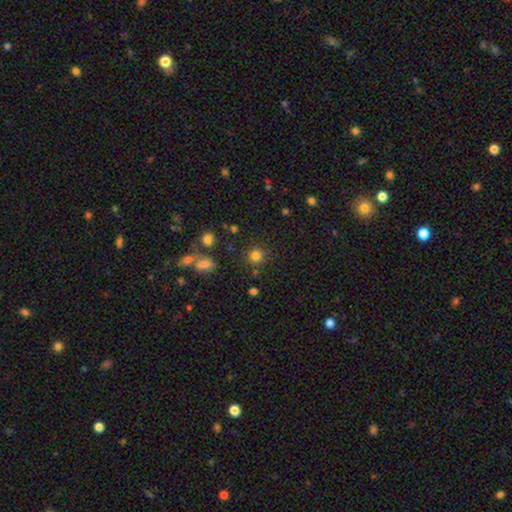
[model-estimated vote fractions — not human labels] Smooth or featured? smooth (78%)
How rounded? round (89%)
Merging? none (79%)